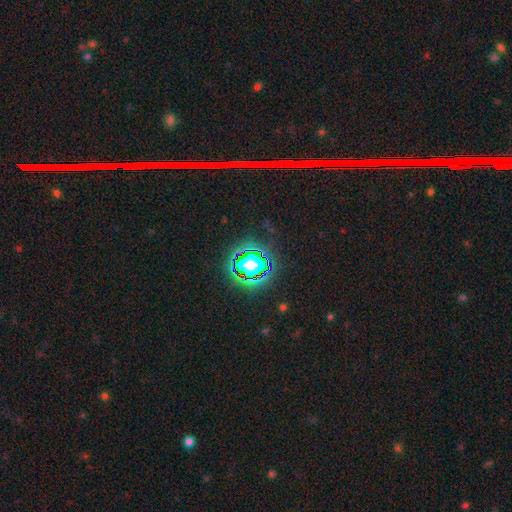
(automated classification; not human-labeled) Smooth or featured: star or artifact — 74% (smooth — 16%)